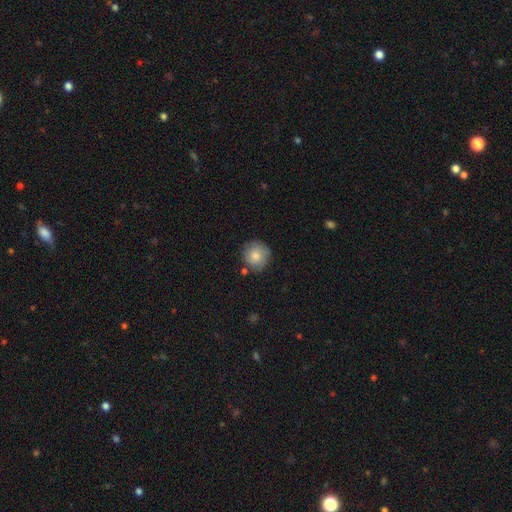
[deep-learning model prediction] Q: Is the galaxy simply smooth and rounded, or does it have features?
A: smooth — 82%.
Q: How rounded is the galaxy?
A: round — 92%.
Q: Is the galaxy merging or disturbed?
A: none — 75%.